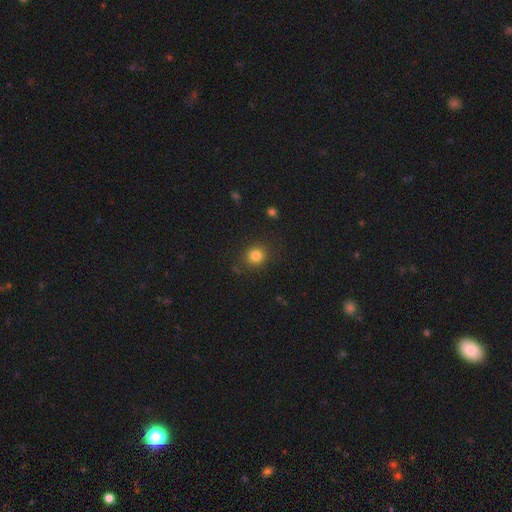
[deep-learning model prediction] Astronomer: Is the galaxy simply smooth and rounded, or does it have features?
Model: smooth — 82%.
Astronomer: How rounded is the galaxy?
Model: round — 86%.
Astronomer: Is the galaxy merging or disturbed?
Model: none — 86%.